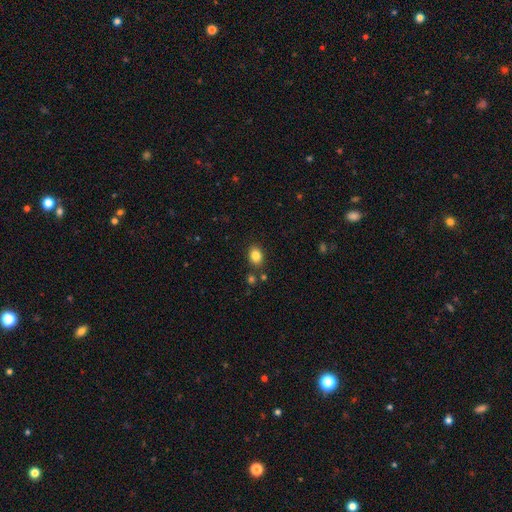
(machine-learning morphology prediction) A smooth galaxy with no disk features (84%) that is in between round and cigar-shaped (60%).

Vote fractions:
- Smooth or featured? smooth: 84% / star or artifact: 10% / featured or disk: 6%
- How rounded? in between: 60% / round: 39% / cigar-shaped: 1%
- Merging? none: 82% / minor disturbance: 10% / merger: 6% / major disturbance: 3%